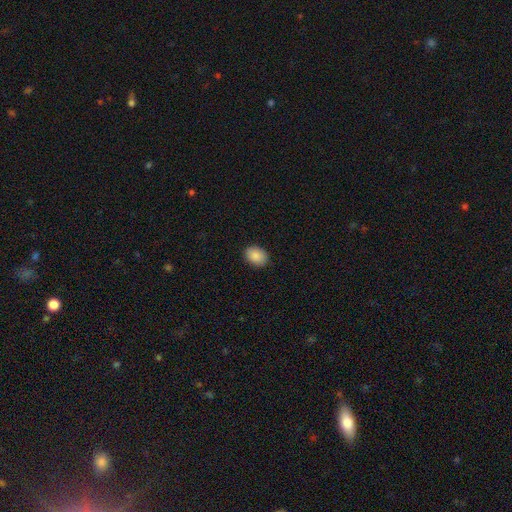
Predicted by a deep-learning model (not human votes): Smooth or featured? Predicted: smooth (p=0.89). How rounded? Predicted: in between (p=0.69). Merging? Predicted: none (p=0.88).